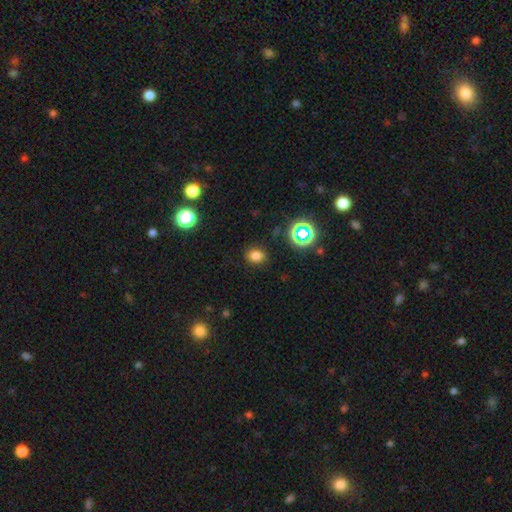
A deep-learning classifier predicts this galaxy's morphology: Smooth or featured? smooth (77%)
How rounded? round (52%)
Merging? none (86%)